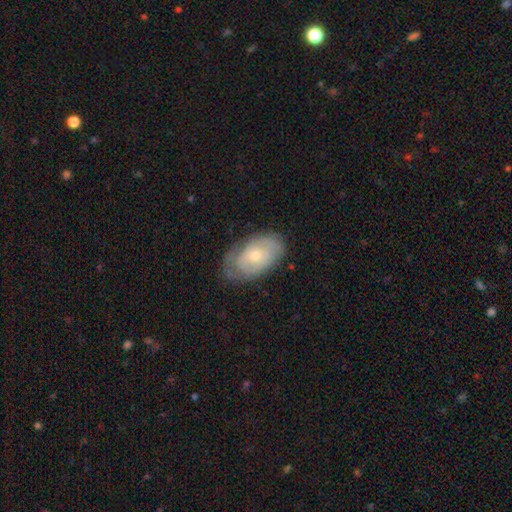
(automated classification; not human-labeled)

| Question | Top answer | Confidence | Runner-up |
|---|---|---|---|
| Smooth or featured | featured or disk | 54% | smooth (39%) |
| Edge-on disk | no | 93% | yes (7%) |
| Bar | no | 81% | weak (17%) |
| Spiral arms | yes | 64% | no (36%) |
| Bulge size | small | 55% | moderate (41%) |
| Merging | none | 66% | minor disturbance (25%) |